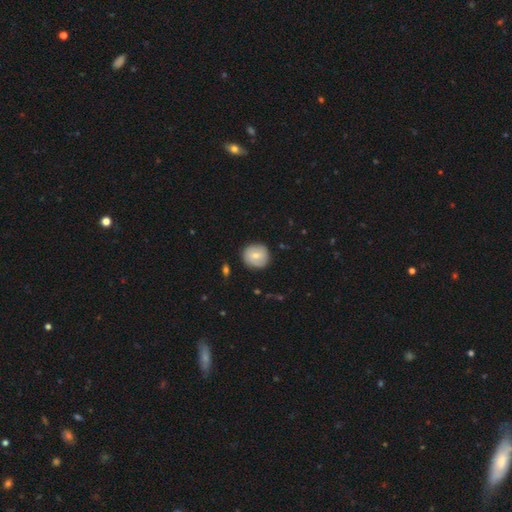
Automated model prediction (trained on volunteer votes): Smooth or featured? smooth (68%)
How rounded? round (89%)
Merging? none (86%)